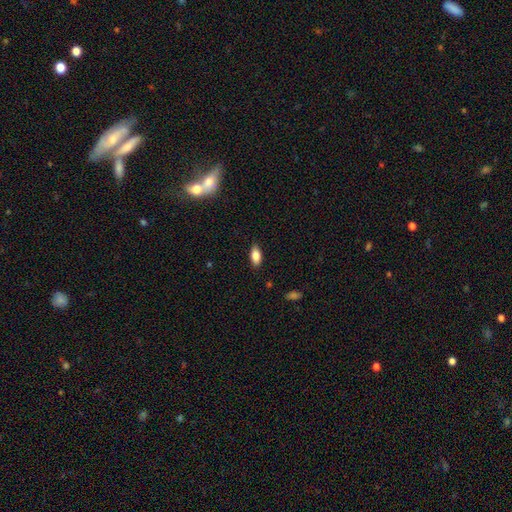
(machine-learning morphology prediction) A smooth galaxy with no disk features (83%) that is in between round and cigar-shaped (87%). Merging: none (86%).